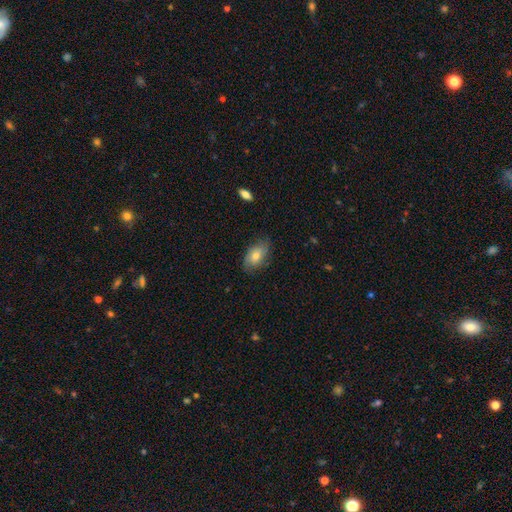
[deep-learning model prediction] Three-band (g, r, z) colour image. It shows a smooth galaxy with no disk features (62%) that is in between round and cigar-shaped (89%). Merging: none (74%).